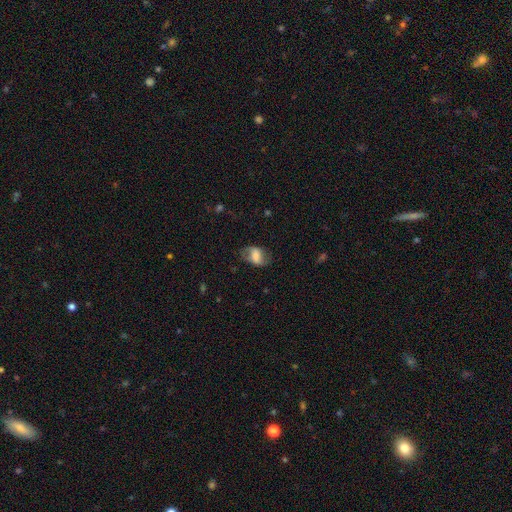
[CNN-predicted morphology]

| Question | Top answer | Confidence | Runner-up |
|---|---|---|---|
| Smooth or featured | smooth | 53% | featured or disk (39%) |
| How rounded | in between | 82% | round (15%) |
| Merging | none | 63% | minor disturbance (23%) |